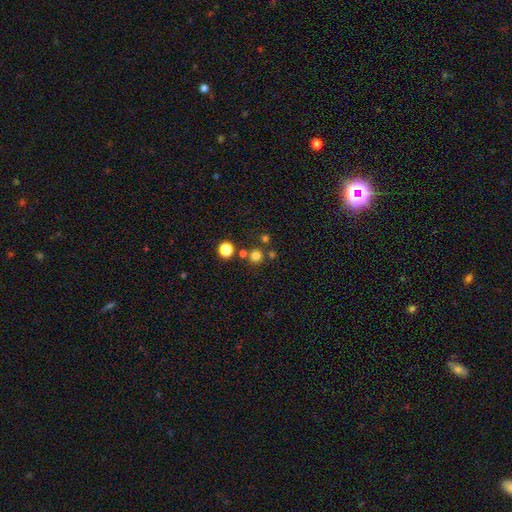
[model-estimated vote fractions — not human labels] A smooth galaxy with no disk features (75%) that is round (93%). Merging: none (76%).